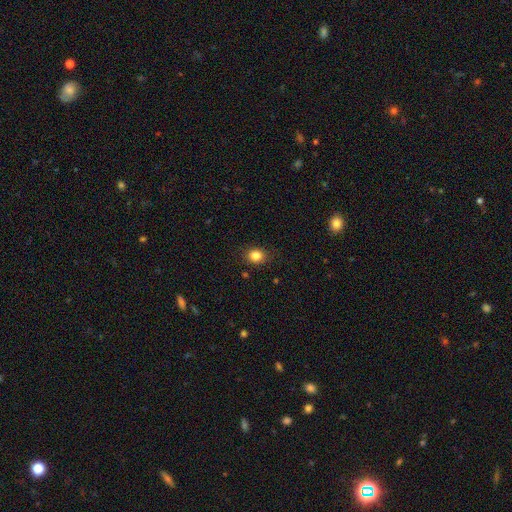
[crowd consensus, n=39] Smooth or featured?
  - smooth: 92% *
  - star or artifact: 8%
  - featured or disk: 0%
How rounded?
  - round: 61% *
  - in between: 36%
  - cigar-shaped: 3%
Merging?
  - none: 94% *
  - minor disturbance: 3%
  - merger: 3%
  - major disturbance: 0%